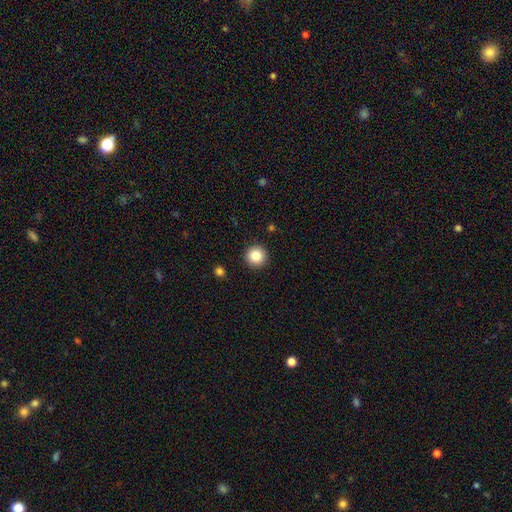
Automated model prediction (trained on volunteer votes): Morphology: type=smooth (84%); roundness=round (96%); merging=none (93%).